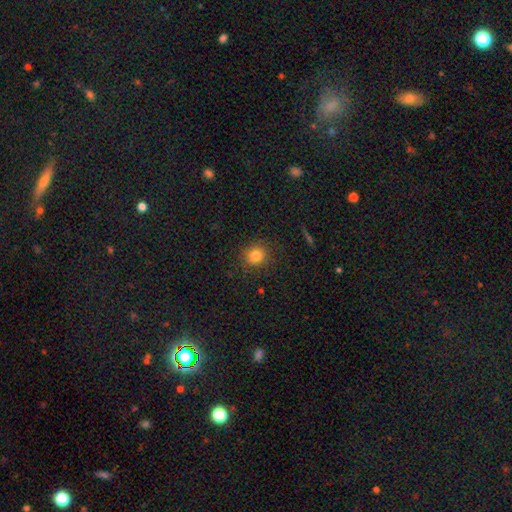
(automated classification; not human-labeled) A smooth galaxy with no disk features (82%) that is round (86%).

Vote fractions:
- Smooth or featured? smooth: 82% / star or artifact: 12% / featured or disk: 6%
- How rounded? round: 86% / in between: 13% / cigar-shaped: 1%
- Merging? none: 87% / minor disturbance: 9% / major disturbance: 3% / merger: 1%